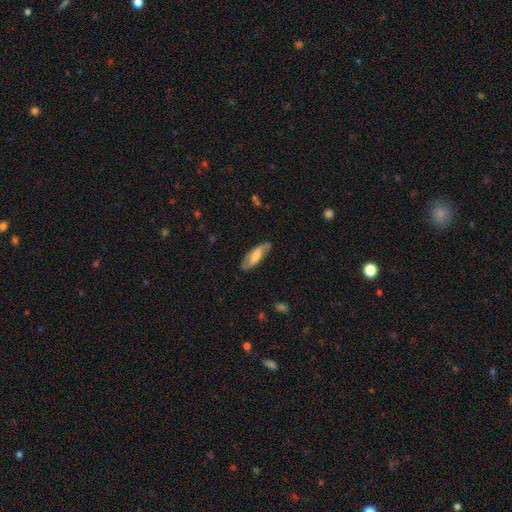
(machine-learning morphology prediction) Smooth or featured: smooth — 49% (featured or disk — 45%)
Merging: none — 78% (minor disturbance — 17%)